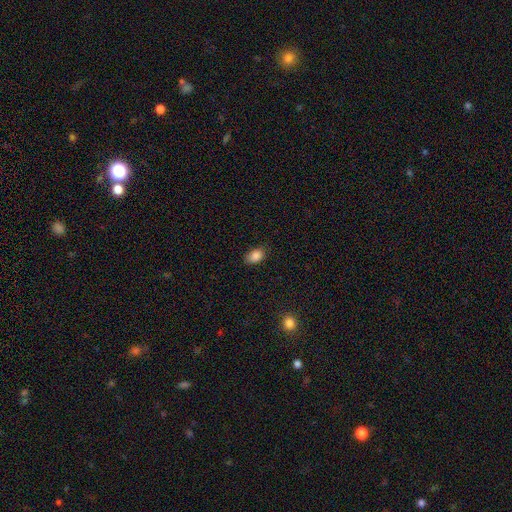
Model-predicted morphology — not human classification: Overall: smooth (87%). How rounded: in between (87%). Merging: none (81%).